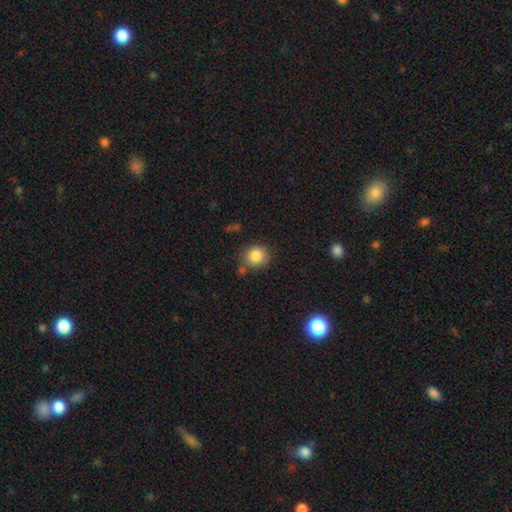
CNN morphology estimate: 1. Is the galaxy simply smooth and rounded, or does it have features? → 85% smooth, 9% star or artifact, 6% featured or disk.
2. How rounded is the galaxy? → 80% round, 19% in between, 1% cigar-shaped.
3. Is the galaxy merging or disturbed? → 73% none, 15% minor disturbance, 8% merger, 4% major disturbance.